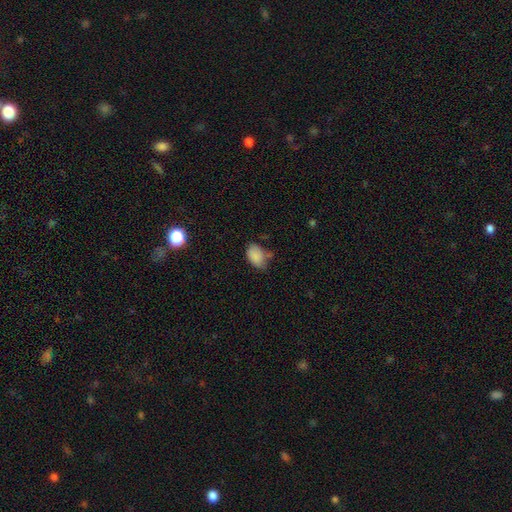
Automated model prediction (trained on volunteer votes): Smooth or featured? Predicted: smooth (p=0.85). How rounded? Predicted: in between (p=0.87). Merging? Predicted: none (p=0.55).